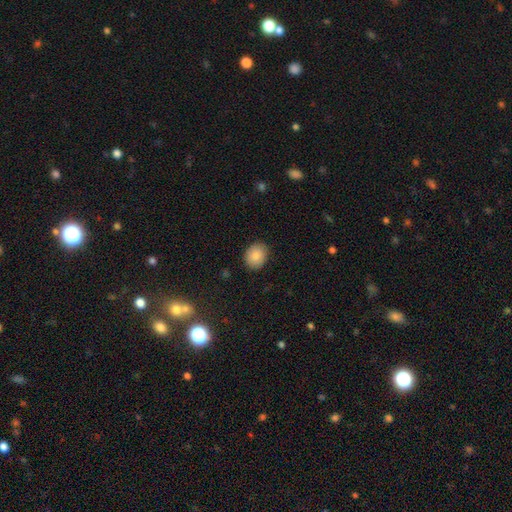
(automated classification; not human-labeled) Morphology: type=smooth (85%); roundness=round (56%); merging=none (87%).